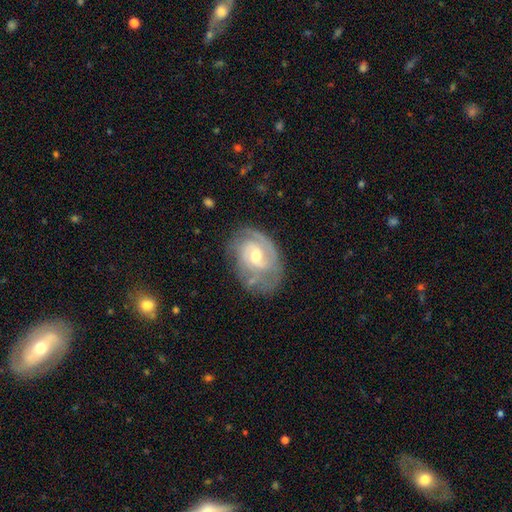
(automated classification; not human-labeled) Q: Smooth or featured?
A: featured or disk (80%); runner-up: smooth (14%)
Q: Edge-on disk?
A: no (97%); runner-up: yes (3%)
Q: Bar?
A: no (46%); runner-up: weak (45%)
Q: Spiral arms?
A: yes (92%); runner-up: no (8%)
Q: Spiral winding?
A: tight (52%); runner-up: medium (37%)
Q: Spiral arm count?
A: 2 (45%); runner-up: can't tell (26%)
Q: Bulge size?
A: moderate (62%); runner-up: small (32%)
Q: Merging?
A: none (60%); runner-up: minor disturbance (24%)